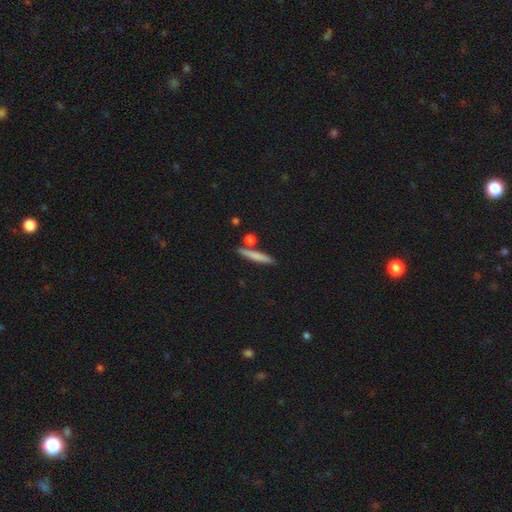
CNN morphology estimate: A smooth galaxy with no disk features (74%) that is cigar-shaped (88%).

Vote fractions:
- Smooth or featured? smooth: 74% / featured or disk: 19% / star or artifact: 7%
- How rounded? cigar-shaped: 88% / in between: 7% / round: 5%
- Merging? none: 79% / minor disturbance: 9% / merger: 9% / major disturbance: 3%